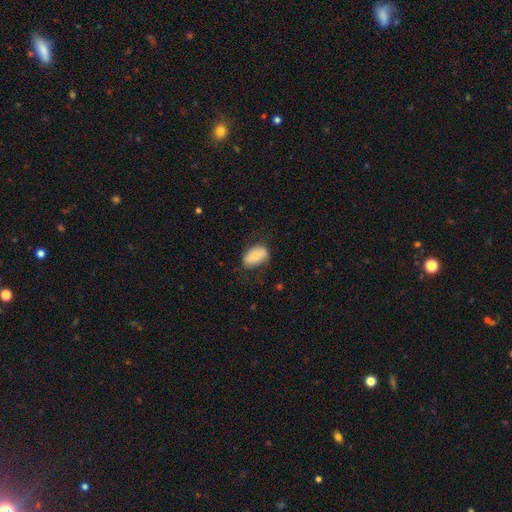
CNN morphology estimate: Overall: smooth (72%). How rounded: in between (90%). Merging: none (64%; minor disturbance 25%).